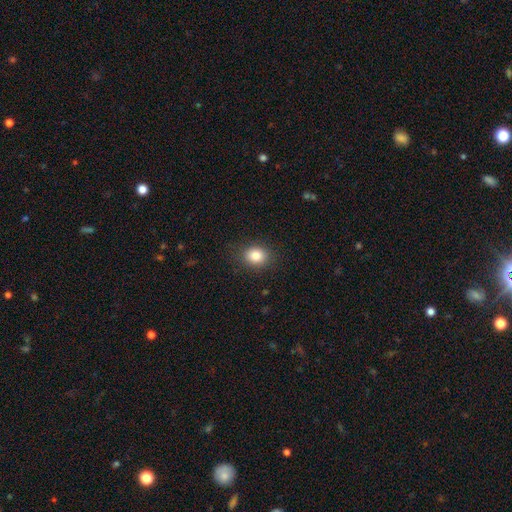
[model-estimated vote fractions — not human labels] smooth 84%, star or artifact 10%, featured or disk 6%. Down the decision tree: how rounded — round (61%); merging — none (87%).